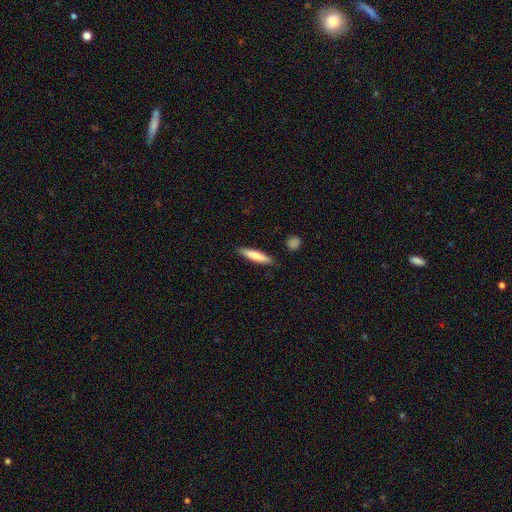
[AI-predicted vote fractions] Smooth or featured?
  - smooth: 77% *
  - featured or disk: 18%
  - star or artifact: 5%
How rounded?
  - cigar-shaped: 84% *
  - in between: 14%
  - round: 1%
Merging?
  - none: 88% *
  - minor disturbance: 8%
  - major disturbance: 2%
  - merger: 2%